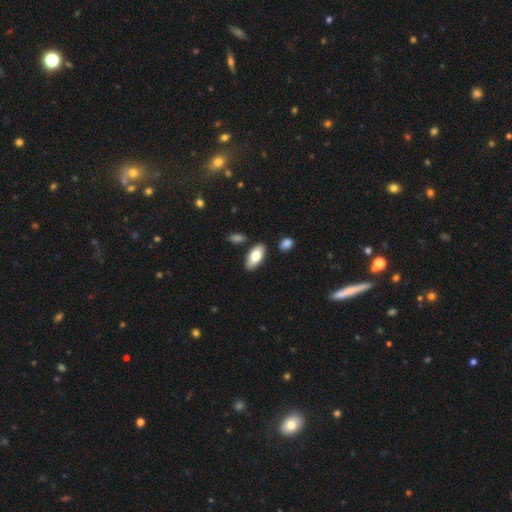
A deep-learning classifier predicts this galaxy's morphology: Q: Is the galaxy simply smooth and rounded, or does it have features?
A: smooth — 76%.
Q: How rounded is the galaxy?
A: in between — 88%.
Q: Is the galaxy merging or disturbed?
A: none — 84%.